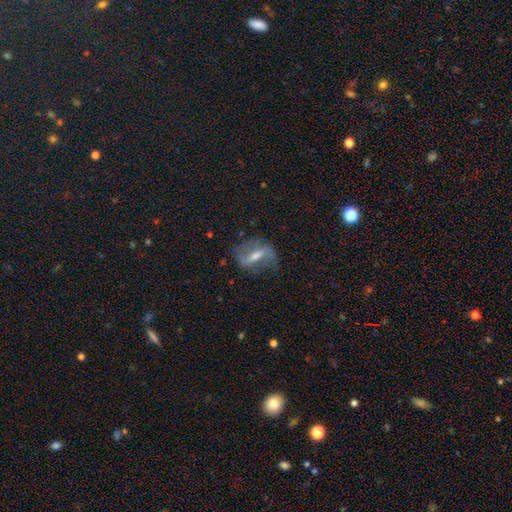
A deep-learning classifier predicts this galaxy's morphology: Smooth or featured? featured or disk (73%)
Edge-on disk? no (89%)
Bar? strong (52%)
Spiral arms? yes (81%)
Spiral winding? loose (59%)
Spiral arm count? 2 (79%)
Bulge size? moderate (47%)
Merging? none (62%)